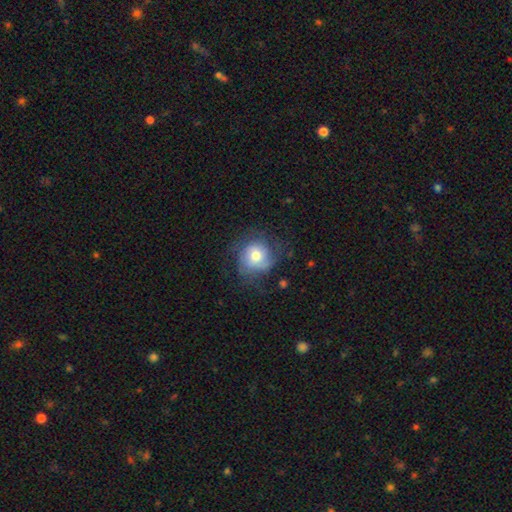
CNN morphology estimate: A smooth galaxy with no disk features (50%) that is round (83%). Merging: none (60%).